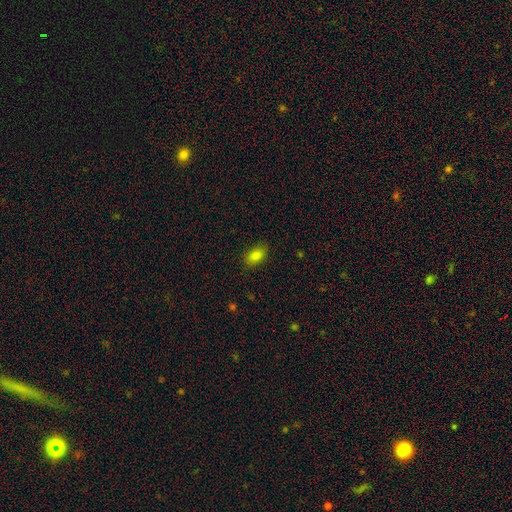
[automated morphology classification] A smooth galaxy with no disk features (84%) that is in between round and cigar-shaped (88%). Merging: none (83%).